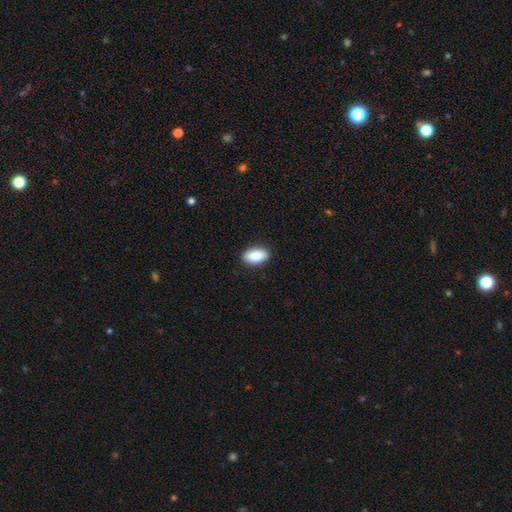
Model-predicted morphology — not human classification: Smooth or featured?
  - smooth: 90% *
  - star or artifact: 6%
  - featured or disk: 4%
How rounded?
  - in between: 93% *
  - cigar-shaped: 4%
  - round: 3%
Merging?
  - none: 90% *
  - minor disturbance: 7%
  - major disturbance: 2%
  - merger: 1%